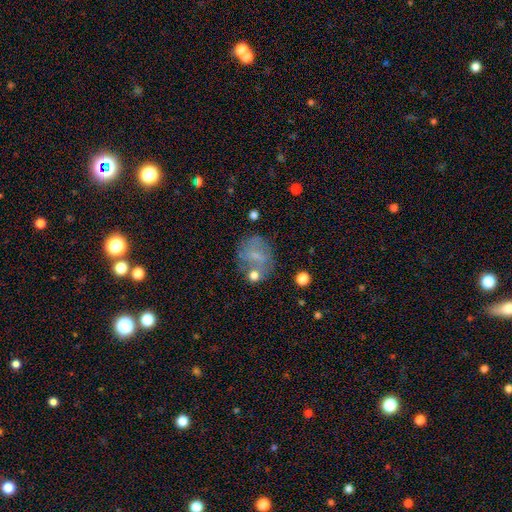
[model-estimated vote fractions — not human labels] Overall: smooth (51%; featured or disk 36%). How rounded: round (68%; in between 31%). Merging: none (58%; minor disturbance 20%).